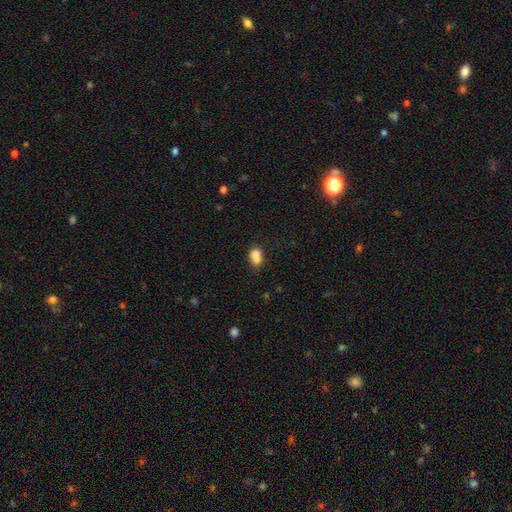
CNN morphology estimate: Smooth or featured: smooth — 73% (featured or disk — 16%)
How rounded: in between — 51% (round — 47%)
Merging: merger — 57% (none — 27%)